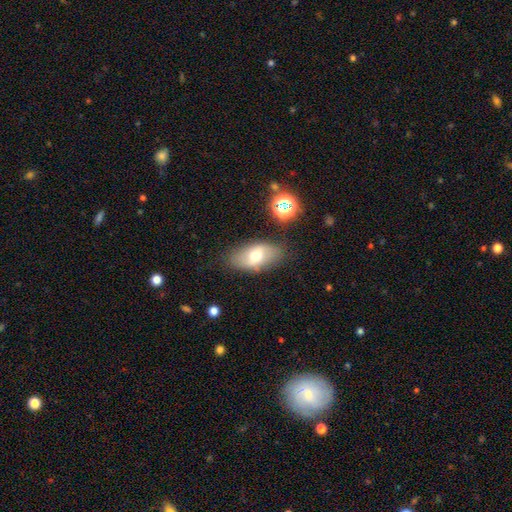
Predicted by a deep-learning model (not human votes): This is possibly a smooth galaxy (60%). How rounded: clearly in between (91%). Merging: likely none (78%).